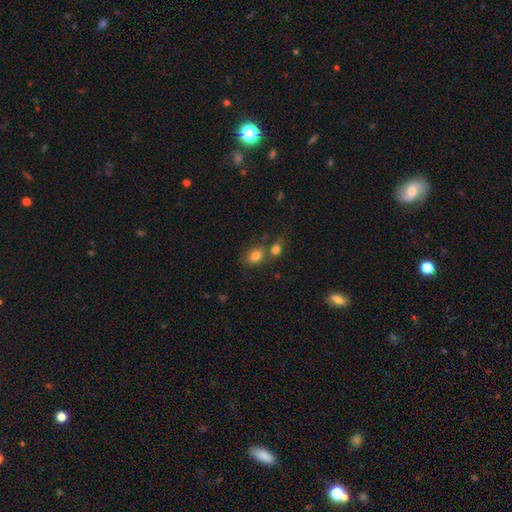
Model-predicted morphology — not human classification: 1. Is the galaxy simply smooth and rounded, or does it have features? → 80% smooth, 10% star or artifact, 9% featured or disk.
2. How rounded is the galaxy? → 66% in between, 33% round, 2% cigar-shaped.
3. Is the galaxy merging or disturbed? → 42% none, 41% merger, 12% minor disturbance, 5% major disturbance.